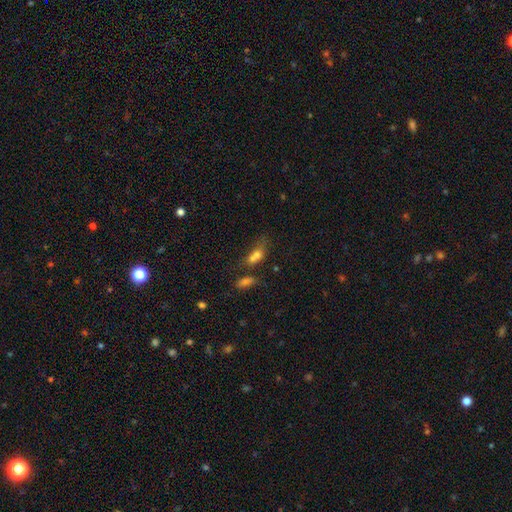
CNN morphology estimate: This appears to be a smooth galaxy with no disk features (68%) that is in between round and cigar-shaped (66%). Merging: merger (59%).